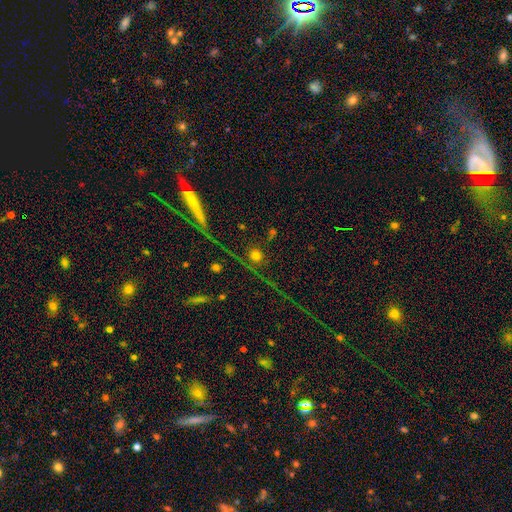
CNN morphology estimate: type=smooth (62%); roundness=round (92%); merging=none (74%).